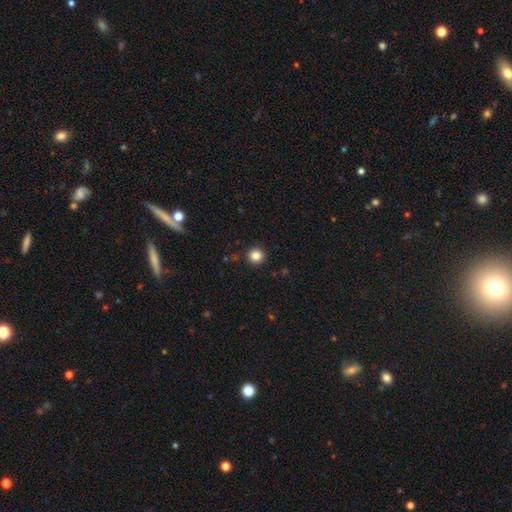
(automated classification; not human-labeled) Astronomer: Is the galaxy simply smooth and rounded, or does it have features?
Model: smooth — 84%.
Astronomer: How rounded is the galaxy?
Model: round — 95%.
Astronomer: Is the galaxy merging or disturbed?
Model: none — 90%.